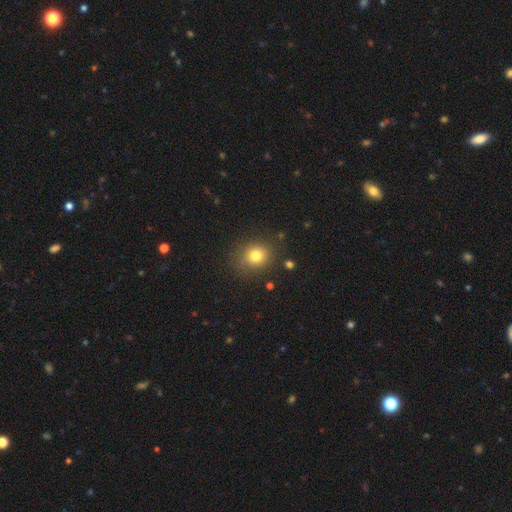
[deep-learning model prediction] Smooth or featured? Predicted: smooth (p=0.78). How rounded? Predicted: round (p=0.74). Merging? Predicted: none (p=0.81).